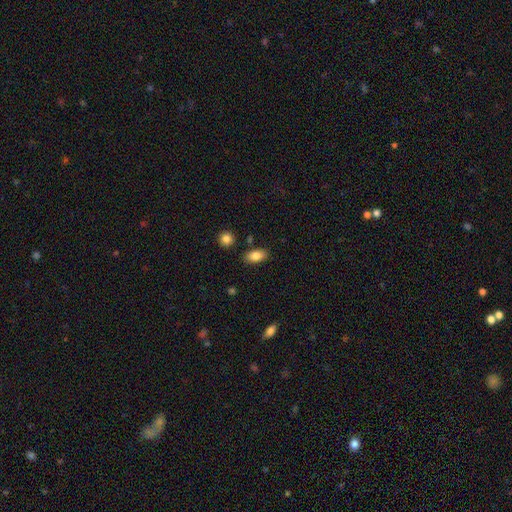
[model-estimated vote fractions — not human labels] This appears to be a smooth galaxy with no disk features (84%) that is in between round and cigar-shaped (91%). Merging: none (84%).